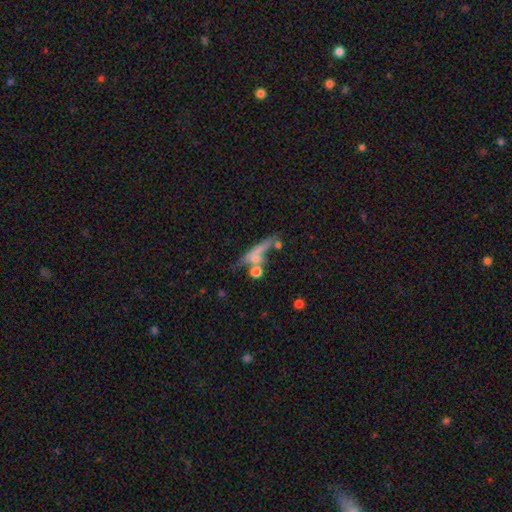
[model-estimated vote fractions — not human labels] Q: Smooth or featured?
A: smooth (53%); runner-up: featured or disk (35%)
Q: How rounded?
A: cigar-shaped (62%); runner-up: in between (24%)
Q: Merging?
A: none (42%); runner-up: merger (25%)